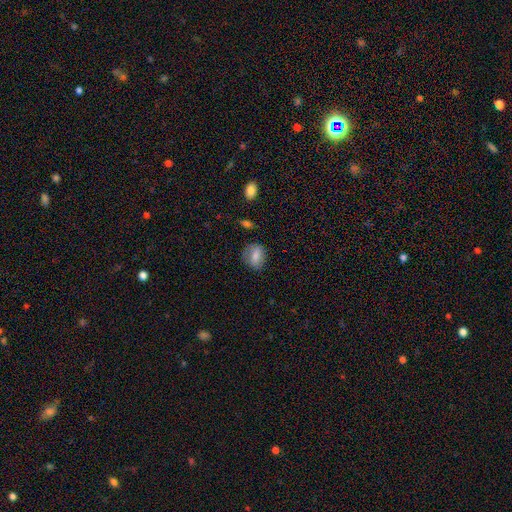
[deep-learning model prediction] Smooth or featured: smooth — 76% (featured or disk — 16%)
How rounded: in between — 59% (round — 37%)
Merging: none — 74% (minor disturbance — 18%)